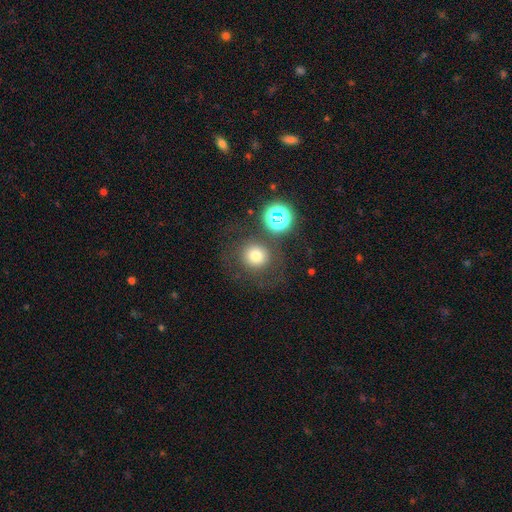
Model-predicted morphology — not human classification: Smooth or featured: smooth — 71% (star or artifact — 18%)
How rounded: round — 92% (in between — 8%)
Merging: none — 72% (minor disturbance — 11%)